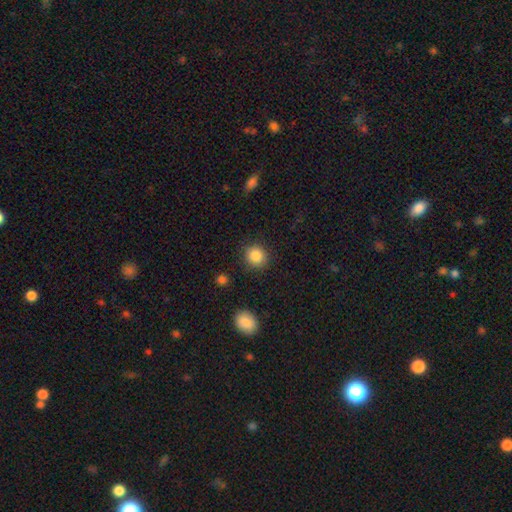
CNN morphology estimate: smooth 87%, star or artifact 9%, featured or disk 4%. Down the decision tree: how rounded — round (86%); merging — none (88%).